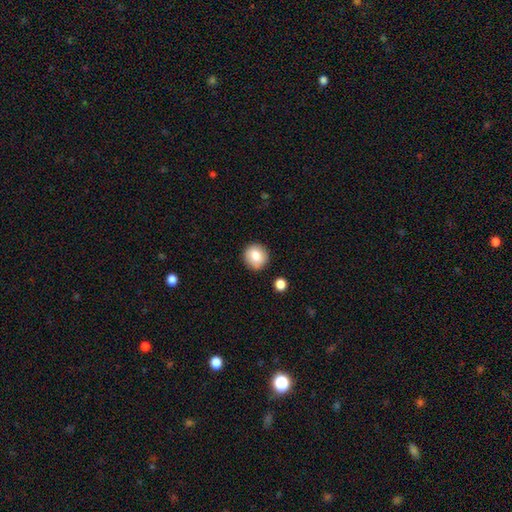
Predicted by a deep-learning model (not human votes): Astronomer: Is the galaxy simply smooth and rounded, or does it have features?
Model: smooth — 81%.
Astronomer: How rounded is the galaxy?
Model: round — 91%.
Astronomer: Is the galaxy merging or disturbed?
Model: none — 88%.